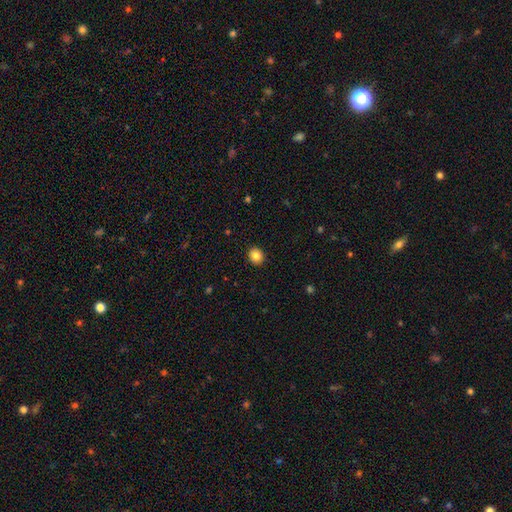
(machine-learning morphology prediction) Smooth or featured? Predicted: smooth (p=0.85). How rounded? Predicted: round (p=0.72). Merging? Predicted: none (p=0.92).